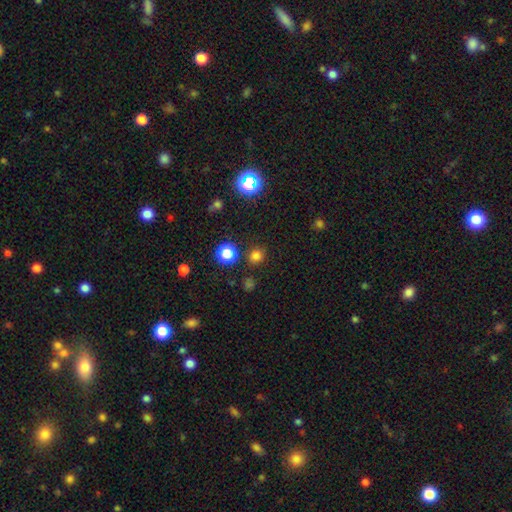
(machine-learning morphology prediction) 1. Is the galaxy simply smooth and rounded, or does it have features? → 74% smooth, 22% star or artifact, 4% featured or disk.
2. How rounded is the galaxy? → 88% round, 11% in between, 1% cigar-shaped.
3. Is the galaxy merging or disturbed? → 85% none, 8% minor disturbance, 3% merger, 3% major disturbance.